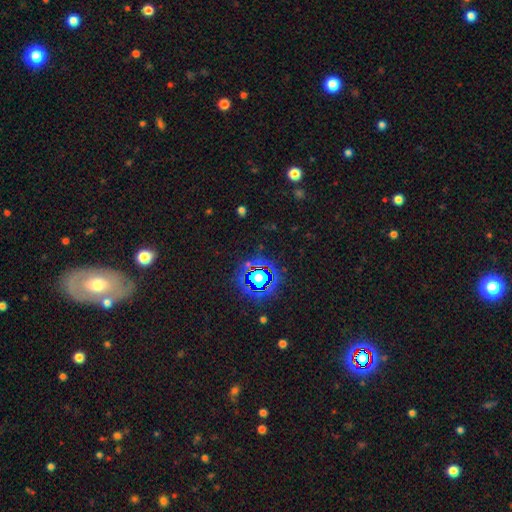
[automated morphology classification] Q: Smooth or featured?
A: star or artifact (64%); runner-up: smooth (20%)